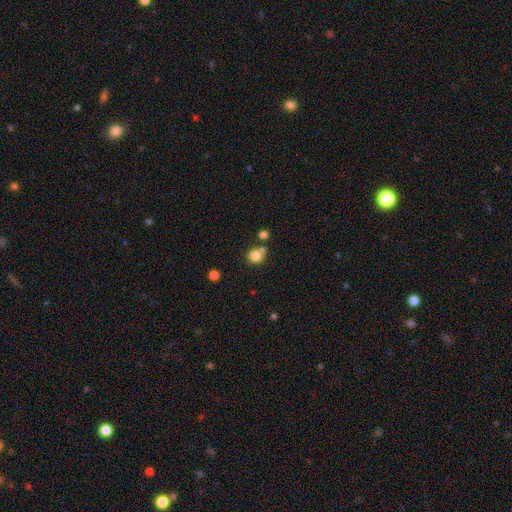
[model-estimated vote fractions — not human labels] Overall: smooth (81%). How rounded: round (90%). Merging: none (64%; merger 24%).